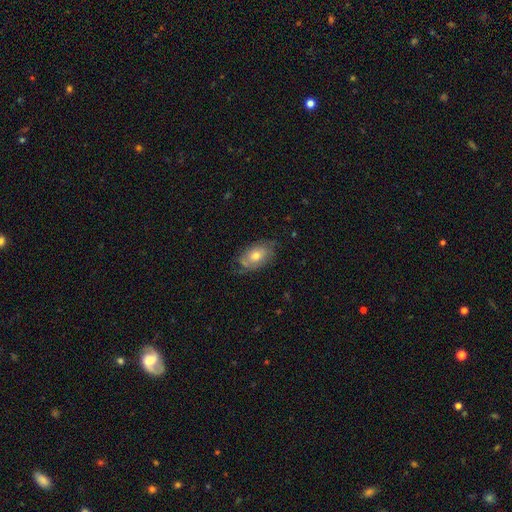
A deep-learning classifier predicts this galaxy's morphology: smooth 55%, featured or disk 37%, star or artifact 8%. Down the decision tree: how rounded — in between (88%); merging — none (67%).